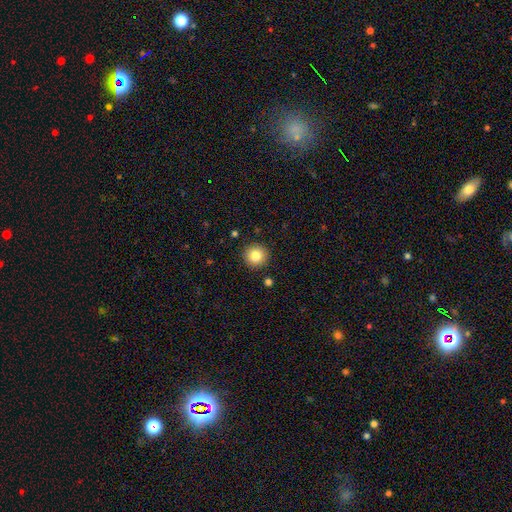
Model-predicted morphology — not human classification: This appears to be a smooth galaxy with no disk features (83%) that is round (95%). Merging: none (91%).